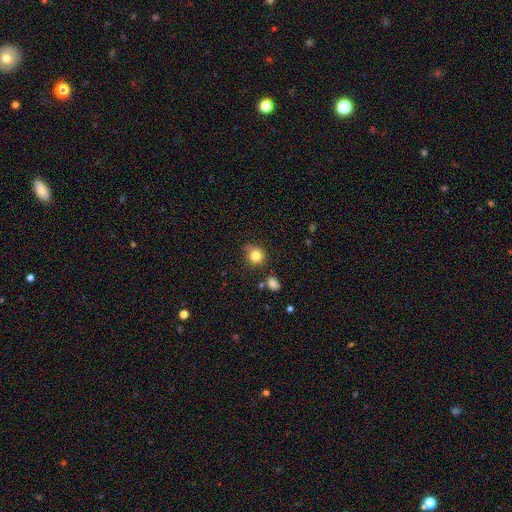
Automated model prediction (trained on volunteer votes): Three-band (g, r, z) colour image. It shows a smooth galaxy with no disk features (81%) that is round (82%). Merging: none (67%).